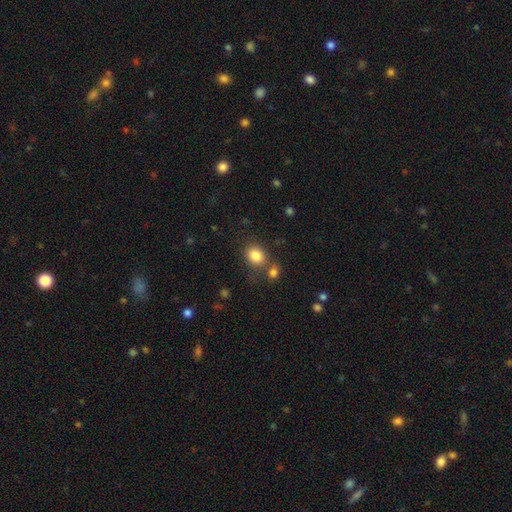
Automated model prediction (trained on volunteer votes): A smooth galaxy with no disk features (84%) that is round (62%).

Vote fractions:
- Smooth or featured? smooth: 84% / star or artifact: 10% / featured or disk: 6%
- How rounded? round: 62% / in between: 37% / cigar-shaped: 1%
- Merging? none: 67% / merger: 16% / minor disturbance: 12% / major disturbance: 5%